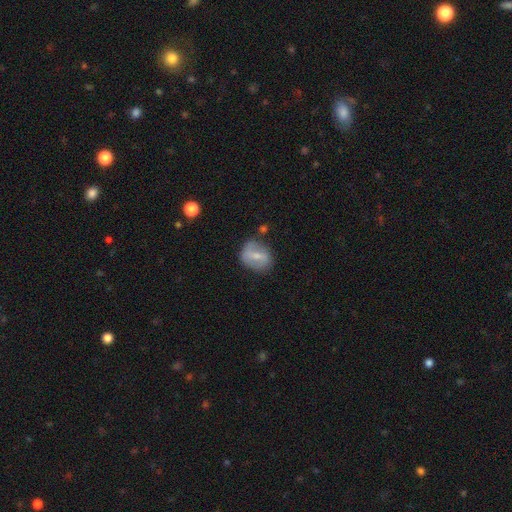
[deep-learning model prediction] Q: Smooth or featured?
A: featured or disk (50%); runner-up: smooth (43%)
Q: Merging?
A: none (69%); runner-up: minor disturbance (20%)